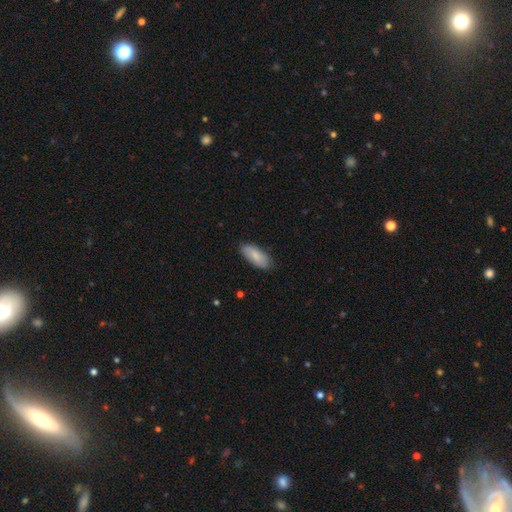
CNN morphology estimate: Q: Smooth or featured?
A: smooth (81%); runner-up: featured or disk (14%)
Q: How rounded?
A: in between (84%); runner-up: cigar-shaped (14%)
Q: Merging?
A: none (84%); runner-up: minor disturbance (13%)